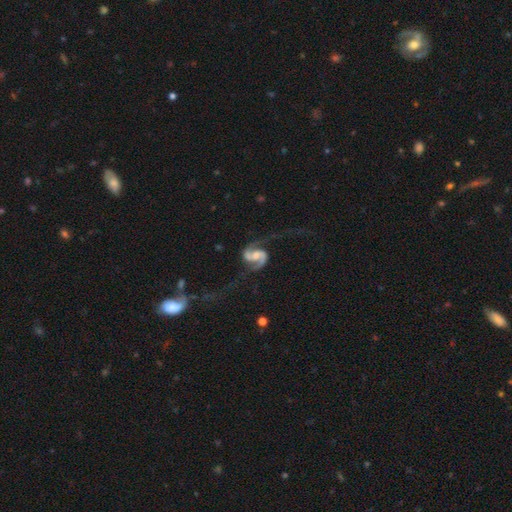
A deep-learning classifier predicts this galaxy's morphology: The model was most divided on "spiral winding": loose: 46%, medium: 44%, tight: 10%. Remaining: edge-on disk — no (98%); spiral arms — yes (98%); spiral arm count — 2 (94%); smooth or featured — featured or disk (92%); merging — none (60%); bulge size — moderate (46%); bar — weak (43%).